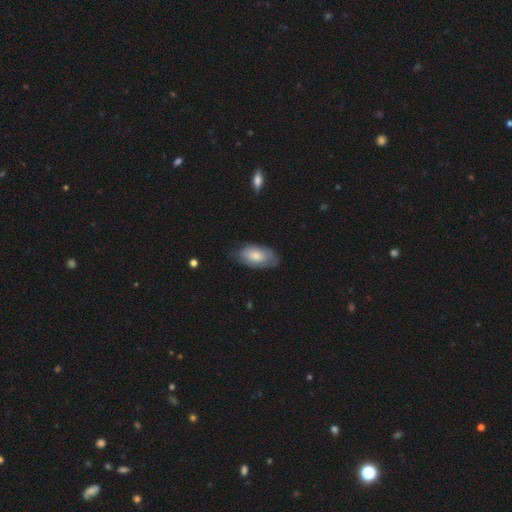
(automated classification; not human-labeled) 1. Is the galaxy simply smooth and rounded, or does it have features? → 73% smooth, 21% featured or disk, 6% star or artifact.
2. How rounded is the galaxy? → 94% in between, 3% round, 3% cigar-shaped.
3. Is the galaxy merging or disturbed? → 64% none, 28% minor disturbance, 7% major disturbance, 1% merger.